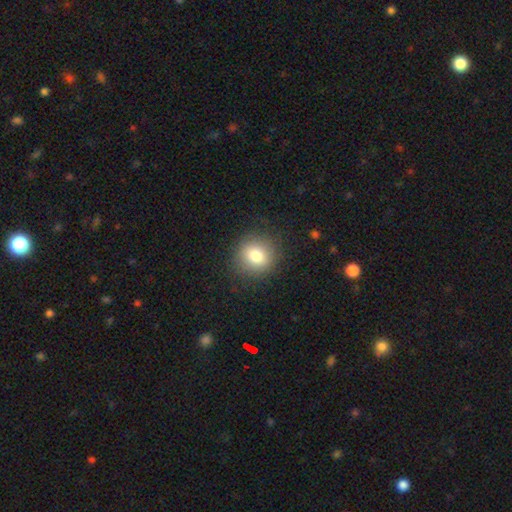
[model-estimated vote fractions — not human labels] Smooth or featured: smooth — 79% (star or artifact — 11%)
How rounded: round — 88% (in between — 11%)
Merging: none — 86% (minor disturbance — 9%)